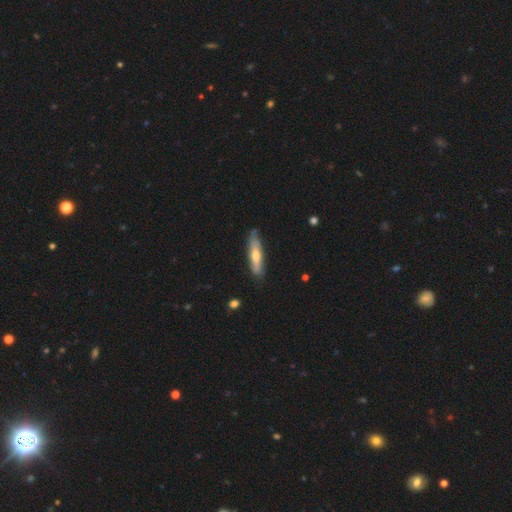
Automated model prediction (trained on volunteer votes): Morphology: type=smooth (53%); roundness=cigar-shaped (78%); merging=none (77%).